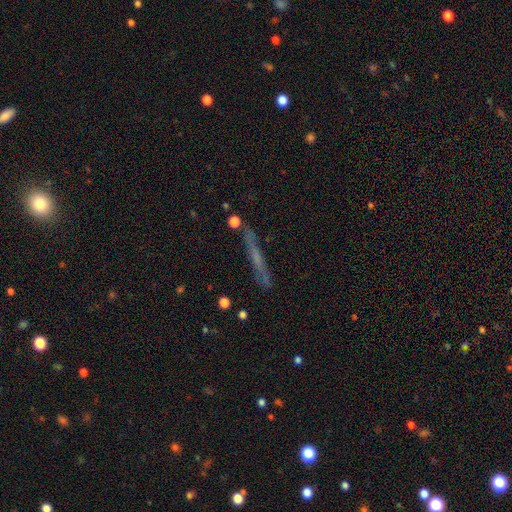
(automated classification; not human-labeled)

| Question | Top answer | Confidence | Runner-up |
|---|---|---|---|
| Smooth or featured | featured or disk | 49% | smooth (39%) |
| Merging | none | 77% | minor disturbance (14%) |